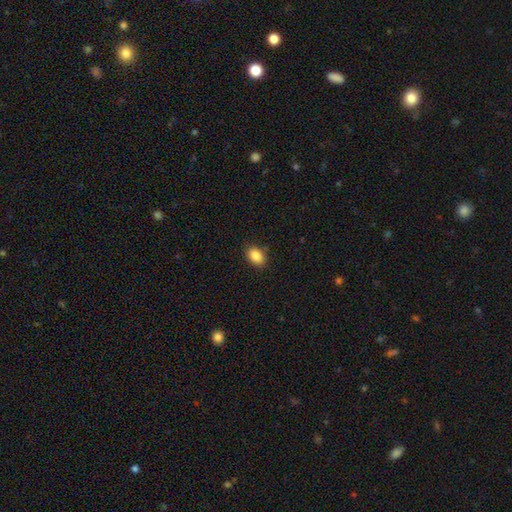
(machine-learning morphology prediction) Smooth or featured? Predicted: smooth (p=0.88). How rounded? Predicted: in between (p=0.82). Merging? Predicted: none (p=0.87).